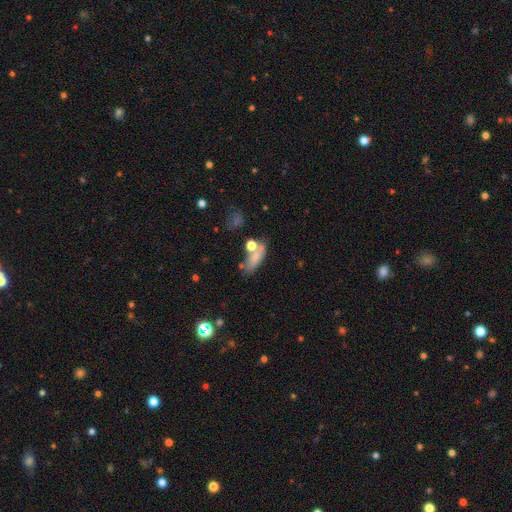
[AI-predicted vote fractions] smooth_or_featured: smooth (p=0.70) [alt: featured or disk p=0.18]
how_rounded: in between (p=0.71) [alt: cigar-shaped p=0.19]
merging: none (p=0.43) [alt: merger p=0.25]